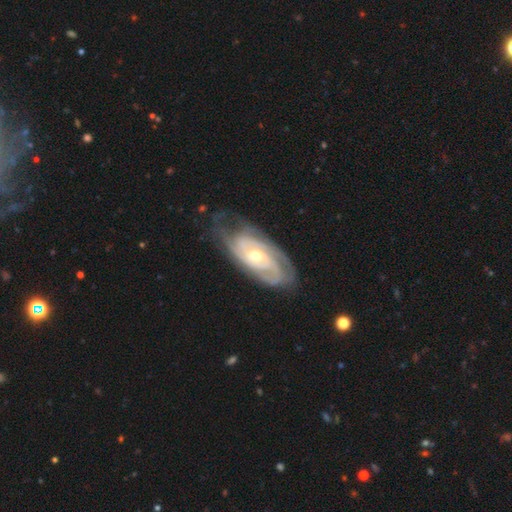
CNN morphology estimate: A featured or disk galaxy (88%) with no bar (61%), 2 (28%) tight (72%) spiral arms (96%) and a moderate central bulge (50%). Merging: none (68%).